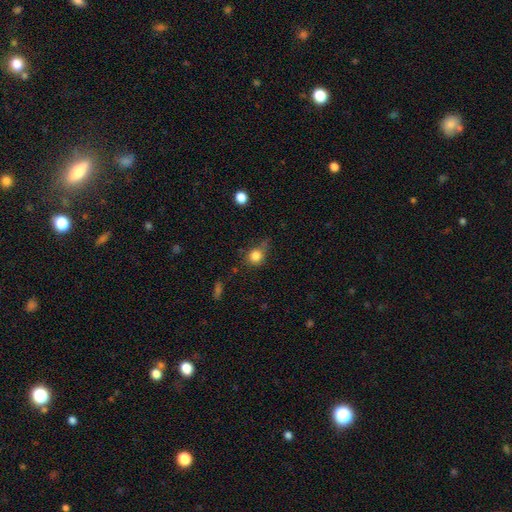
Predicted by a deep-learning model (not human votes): smooth-or-featured: smooth: 82% | star or artifact: 11% | featured or disk: 7%
  how-rounded: round: 81% | in between: 17% | cigar-shaped: 1%
  merging: none: 54% | minor disturbance: 29% | major disturbance: 11% | merger: 6%